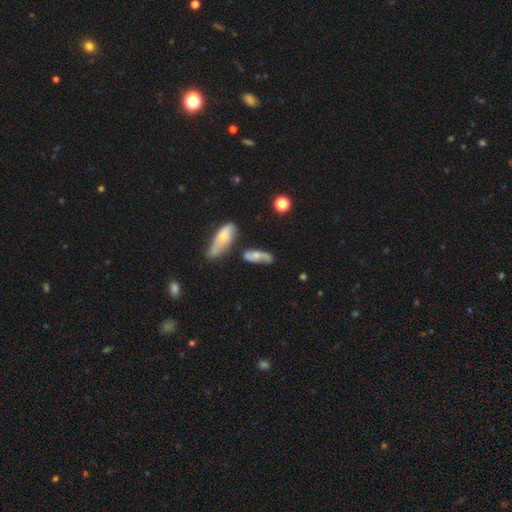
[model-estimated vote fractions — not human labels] A featured or disk galaxy (50%).

Vote fractions:
- Smooth or featured? featured or disk: 50% / smooth: 42% / star or artifact: 8%
- Merging? none: 52% / minor disturbance: 23% / merger: 13% / major disturbance: 11%